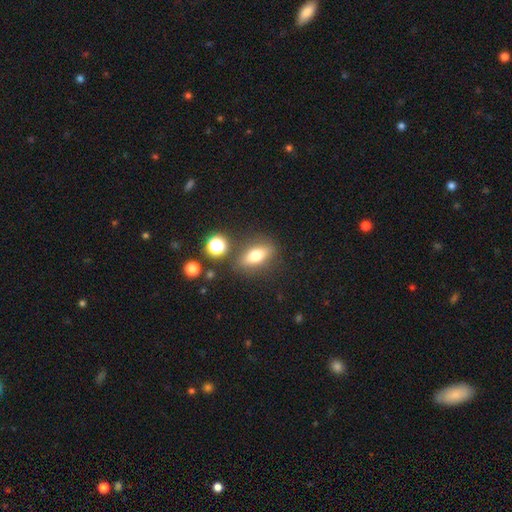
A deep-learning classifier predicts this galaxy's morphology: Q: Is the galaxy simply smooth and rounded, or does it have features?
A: smooth — 64%.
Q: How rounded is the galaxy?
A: in between — 65%.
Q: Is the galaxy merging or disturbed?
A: none — 79%.